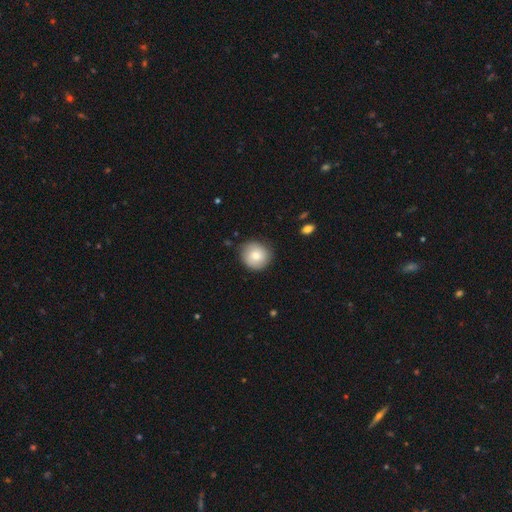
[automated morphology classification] Q: Smooth or featured?
A: smooth (78%); runner-up: featured or disk (15%)
Q: How rounded?
A: round (89%); runner-up: in between (10%)
Q: Merging?
A: none (83%); runner-up: minor disturbance (12%)